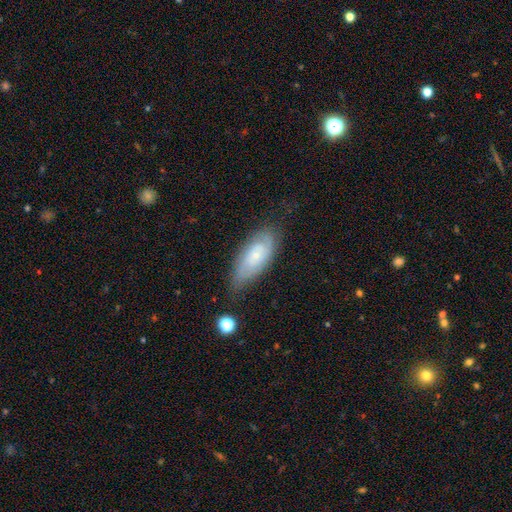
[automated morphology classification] A featured or disk galaxy (61%) with no bar (72%), spiral arms (87%) and a small central bulge (70%).

Vote fractions:
- Smooth or featured? featured or disk: 61% / smooth: 31% / star or artifact: 7%
- Edge-on disk? no: 91% / yes: 9%
- Bar? no: 72% / weak: 24% / strong: 4%
- Spiral arms? yes: 87% / no: 13%
- Bulge size? small: 70% / moderate: 22% / none: 5% / large: 2% / dominant: 1%
- Merging? none: 62% / minor disturbance: 27% / major disturbance: 9% / merger: 2%